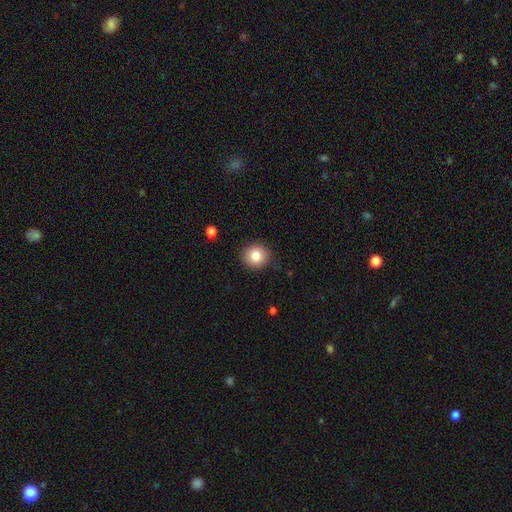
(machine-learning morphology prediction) A smooth galaxy with no disk features (83%) that is round (88%). Merging: none (88%).